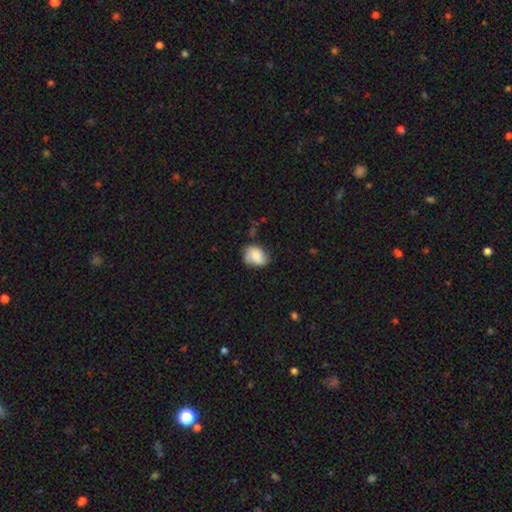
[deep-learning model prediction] A smooth galaxy with no disk features (82%) that is in between round and cigar-shaped (61%). Merging: none (60%).